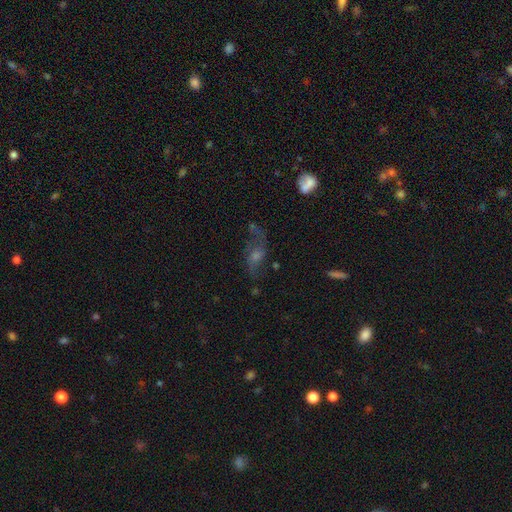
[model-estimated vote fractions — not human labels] This appears to be a featured or disk galaxy (56%). Merging: none (59%).